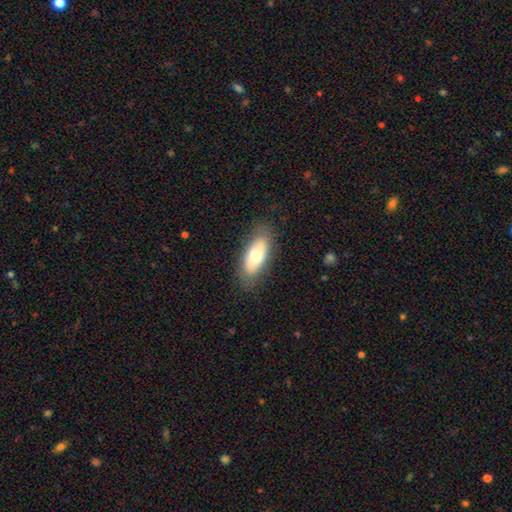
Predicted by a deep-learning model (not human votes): A smooth galaxy with no disk features (66%) that is in between round and cigar-shaped (85%).

Vote fractions:
- Smooth or featured? smooth: 66% / featured or disk: 28% / star or artifact: 6%
- How rounded? in between: 85% / cigar-shaped: 12% / round: 3%
- Merging? none: 83% / minor disturbance: 13% / major disturbance: 4% / merger: 1%